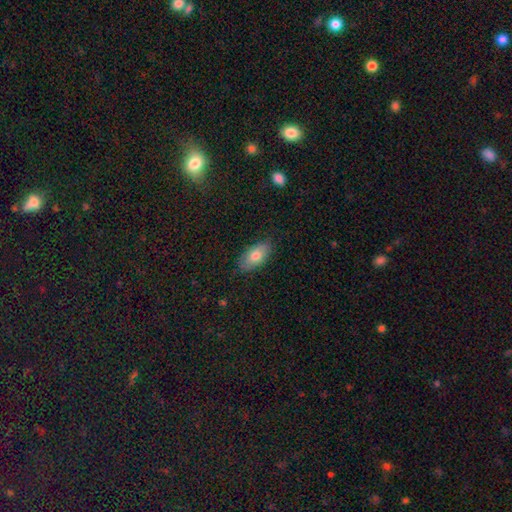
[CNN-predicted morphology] A smooth galaxy with no disk features (76%) that is in between round and cigar-shaped (91%).

Vote fractions:
- Smooth or featured? smooth: 76% / featured or disk: 17% / star or artifact: 7%
- How rounded? in between: 91% / cigar-shaped: 5% / round: 4%
- Merging? none: 84% / minor disturbance: 13% / major disturbance: 2% / merger: 1%